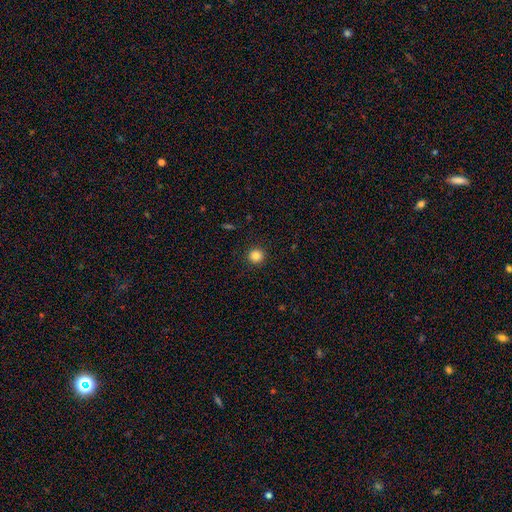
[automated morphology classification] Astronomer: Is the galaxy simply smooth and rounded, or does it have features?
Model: smooth — 85%.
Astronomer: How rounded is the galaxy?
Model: round — 95%.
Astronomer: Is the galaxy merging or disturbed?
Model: none — 92%.